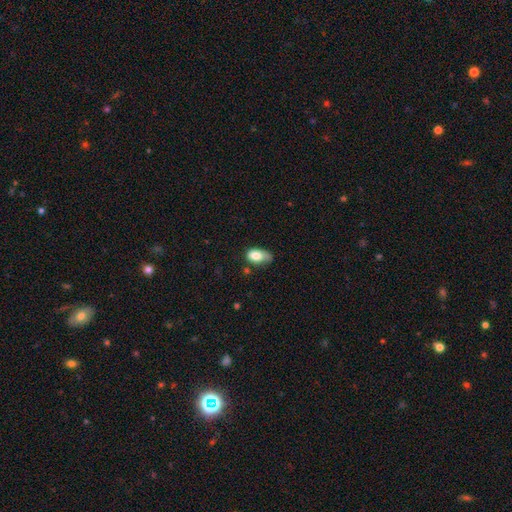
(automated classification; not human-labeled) Smooth or featured?
  - smooth: 78% *
  - featured or disk: 14%
  - star or artifact: 7%
How rounded?
  - in between: 91% *
  - round: 7%
  - cigar-shaped: 2%
Merging?
  - minor disturbance: 41% *
  - none: 34%
  - major disturbance: 19%
  - merger: 6%